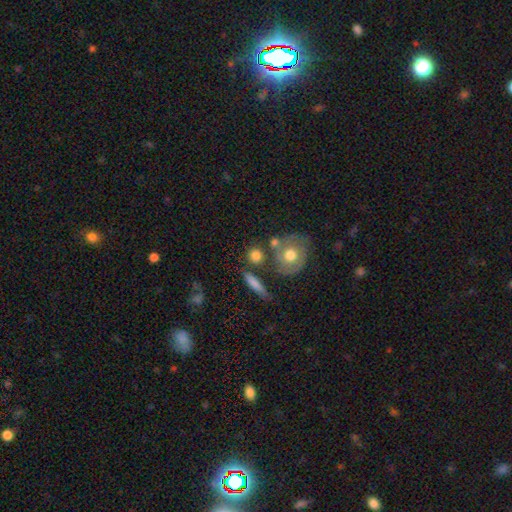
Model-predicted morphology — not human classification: smooth_or_featured: smooth (p=0.74) [alt: featured or disk p=0.18]
how_rounded: round (p=0.80) [alt: in between p=0.16]
merging: none (p=0.64) [alt: merger p=0.18]